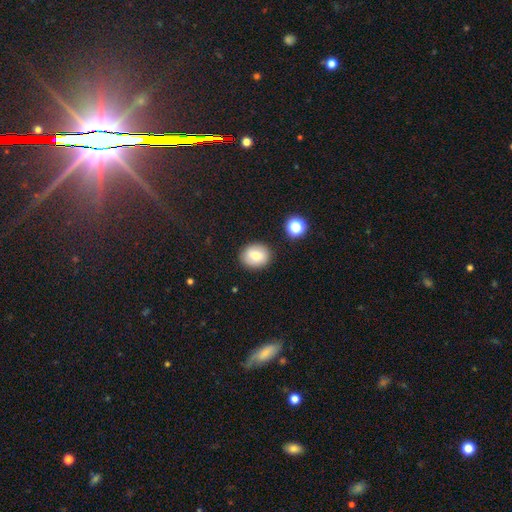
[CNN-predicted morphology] Smooth or featured: smooth — 74% (featured or disk — 16%)
How rounded: round — 63% (in between — 36%)
Merging: none — 86% (minor disturbance — 9%)